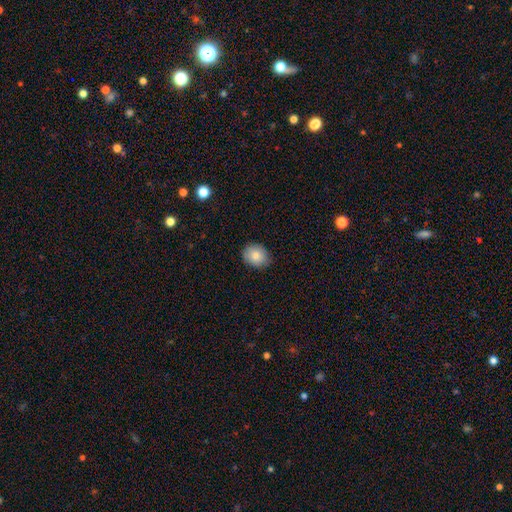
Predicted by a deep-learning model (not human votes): Smooth or featured: smooth — 81% (featured or disk — 10%)
How rounded: round — 67% (in between — 32%)
Merging: none — 83% (minor disturbance — 14%)